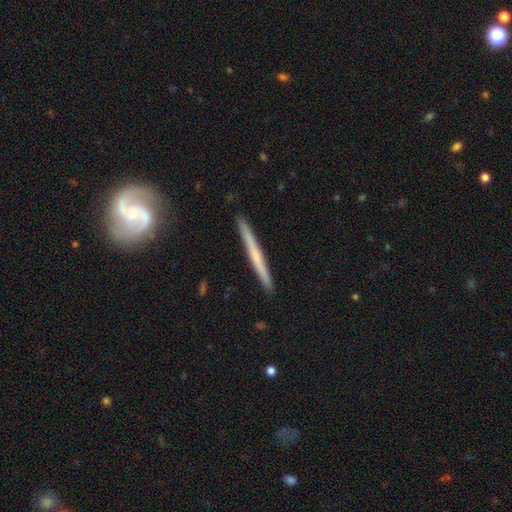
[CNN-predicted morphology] A featured or disk galaxy (56%) viewed edge-on (95%) with no central bulge (75%).

Vote fractions:
- Smooth or featured? featured or disk: 56% / smooth: 39% / star or artifact: 5%
- Edge-on disk? yes: 95% / no: 5%
- Edge-on bulge? none: 75% / rounded: 20% / boxy: 5%
- Merging? none: 91% / minor disturbance: 6% / merger: 1% / major disturbance: 1%